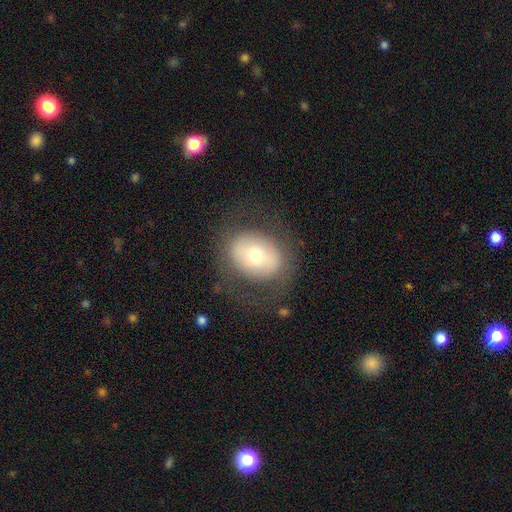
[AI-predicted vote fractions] This appears to be a smooth galaxy with no disk features (54%) that is round (51%). Merging: none (72%).